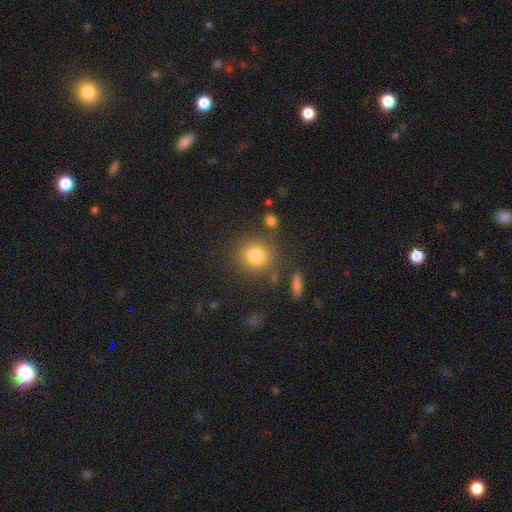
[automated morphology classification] smooth_or_featured: smooth (p=0.80) [alt: star or artifact p=0.12]
how_rounded: round (p=0.87) [alt: in between p=0.12]
merging: none (p=0.82) [alt: minor disturbance p=0.09]